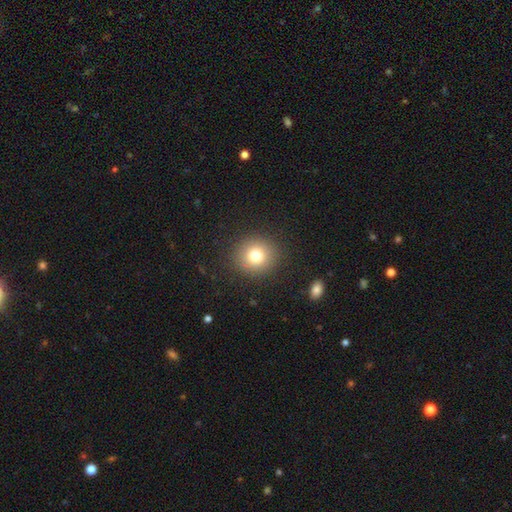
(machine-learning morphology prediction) A smooth galaxy with no disk features (77%) that is round (89%). Merging: none (89%).